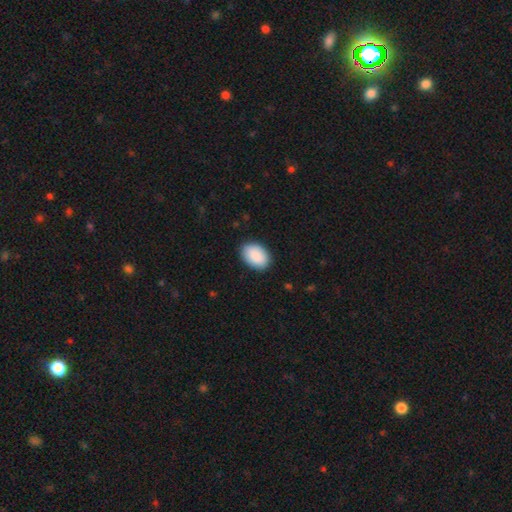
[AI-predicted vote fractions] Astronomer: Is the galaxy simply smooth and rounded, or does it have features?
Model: smooth — 91%.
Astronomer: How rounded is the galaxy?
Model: in between — 88%.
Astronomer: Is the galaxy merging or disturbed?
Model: none — 88%.